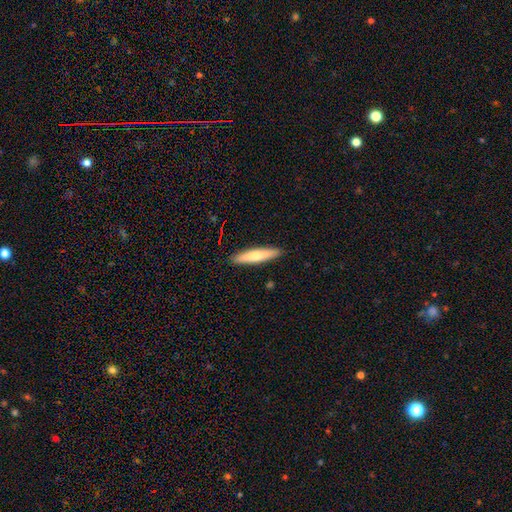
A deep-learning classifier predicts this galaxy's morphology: Q: Smooth or featured?
A: smooth (67%); runner-up: featured or disk (28%)
Q: How rounded?
A: cigar-shaped (85%); runner-up: in between (13%)
Q: Merging?
A: none (91%); runner-up: minor disturbance (7%)